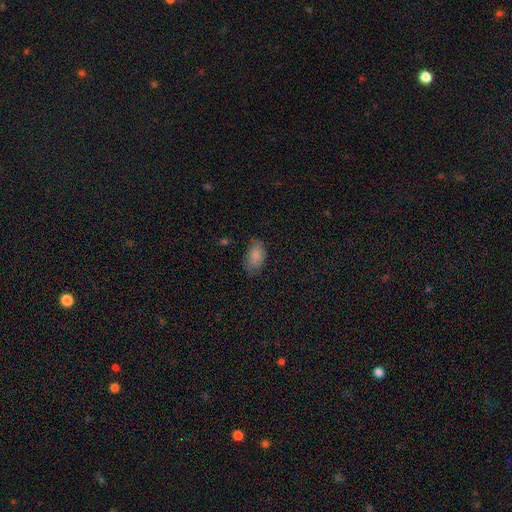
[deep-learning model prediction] Smooth or featured? Predicted: smooth (p=0.85). How rounded? Predicted: in between (p=0.93). Merging? Predicted: none (p=0.70).